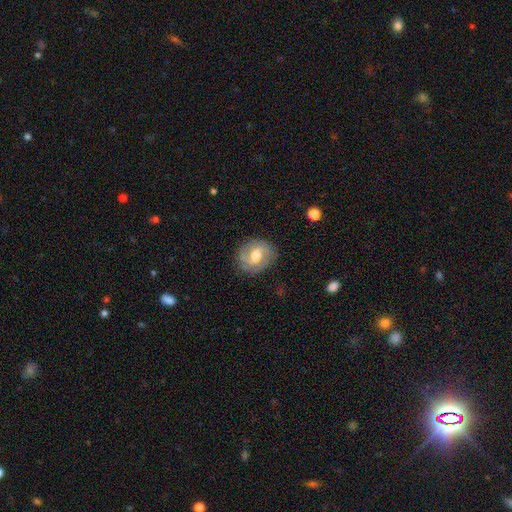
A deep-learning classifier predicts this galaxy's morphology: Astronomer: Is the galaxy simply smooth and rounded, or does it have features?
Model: featured or disk — 62%.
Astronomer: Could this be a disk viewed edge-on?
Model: no — 97%.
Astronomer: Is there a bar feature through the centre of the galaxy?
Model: weak — 53% (runner-up: no, 30%).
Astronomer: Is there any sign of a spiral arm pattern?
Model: yes — 83%.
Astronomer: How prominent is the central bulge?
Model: moderate — 66%.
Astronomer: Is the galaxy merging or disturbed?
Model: none — 78%.